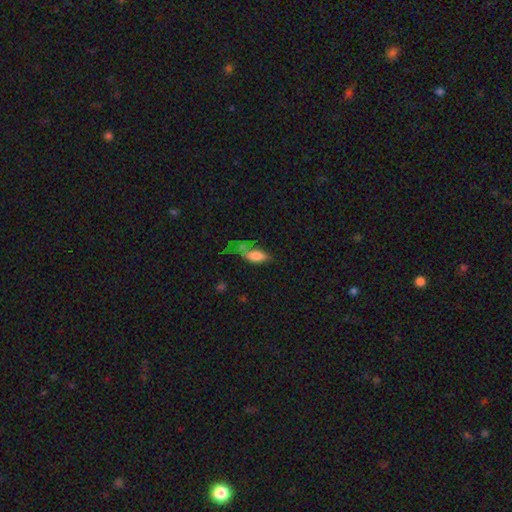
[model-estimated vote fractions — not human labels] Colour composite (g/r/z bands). It shows a smooth galaxy with no disk features (74%) that is in between round and cigar-shaped (78%). Merging: none (31%).